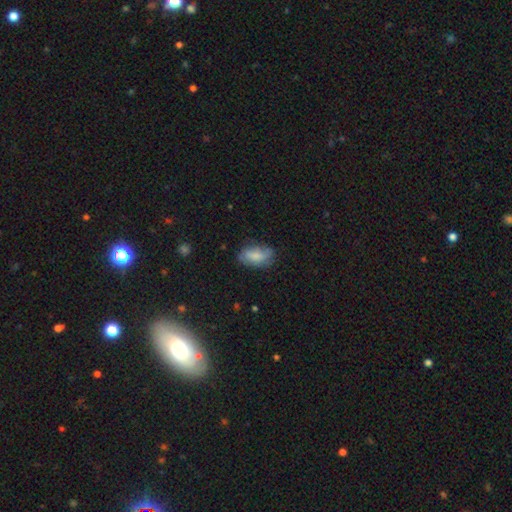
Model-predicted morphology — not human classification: A smooth galaxy with no disk features (71%) that is in between round and cigar-shaped (91%).

Vote fractions:
- Smooth or featured? smooth: 71% / featured or disk: 21% / star or artifact: 7%
- How rounded? in between: 91% / cigar-shaped: 5% / round: 4%
- Merging? none: 62% / minor disturbance: 27% / major disturbance: 9% / merger: 2%